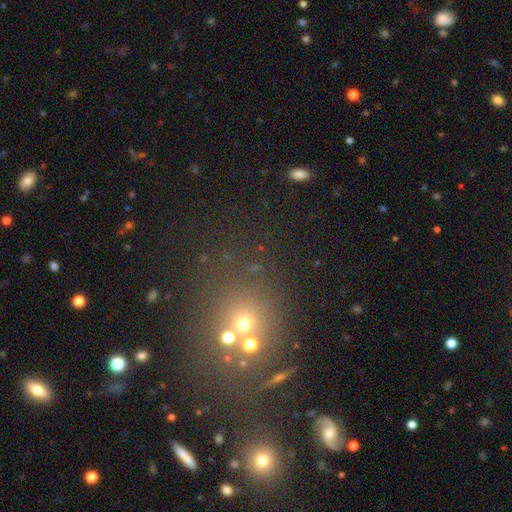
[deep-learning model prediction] Smooth or featured? Predicted: star or artifact (p=0.55).